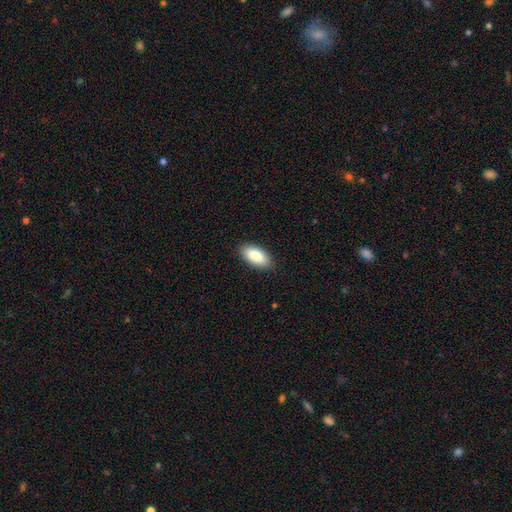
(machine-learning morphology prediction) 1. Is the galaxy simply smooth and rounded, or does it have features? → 87% smooth, 7% featured or disk, 6% star or artifact.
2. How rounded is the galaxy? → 93% in between, 5% cigar-shaped, 2% round.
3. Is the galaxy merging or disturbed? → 88% none, 9% minor disturbance, 2% major disturbance, 1% merger.